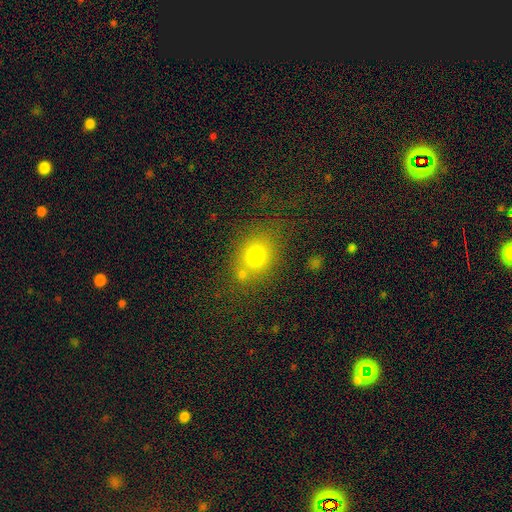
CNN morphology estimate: Smooth or featured? smooth (74%)
How rounded? round (53%)
Merging? none (66%)